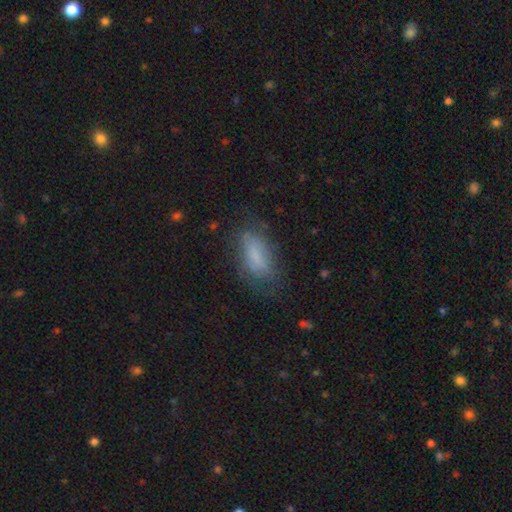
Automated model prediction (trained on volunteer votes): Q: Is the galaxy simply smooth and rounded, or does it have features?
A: smooth — 65%.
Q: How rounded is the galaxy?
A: in between — 84%.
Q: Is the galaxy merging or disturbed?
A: none — 59%.